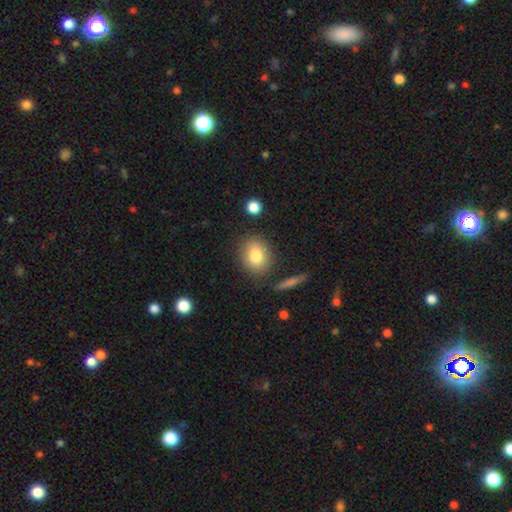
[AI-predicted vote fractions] A smooth galaxy with no disk features (80%) that is round (60%). Merging: none (81%).